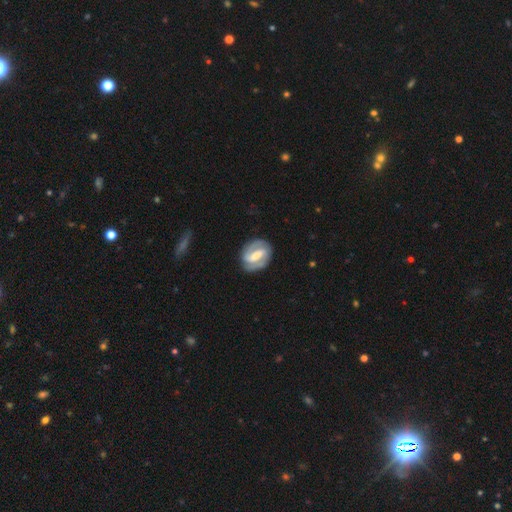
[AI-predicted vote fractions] A featured or disk galaxy (81%) with a strong bar (65%), 2 (87%) tight (48%) spiral arms (88%) and a moderate central bulge (48%). Merging: none (82%).